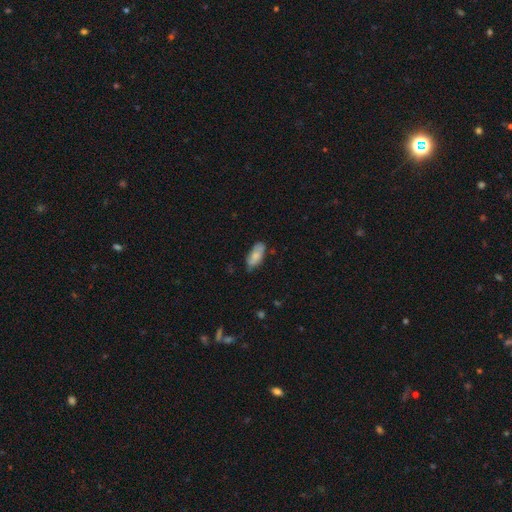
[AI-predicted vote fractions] smooth-or-featured: smooth: 79% | featured or disk: 15% | star or artifact: 6%
  how-rounded: in between: 84% | cigar-shaped: 14% | round: 2%
  merging: none: 72% | minor disturbance: 23% | major disturbance: 4% | merger: 2%